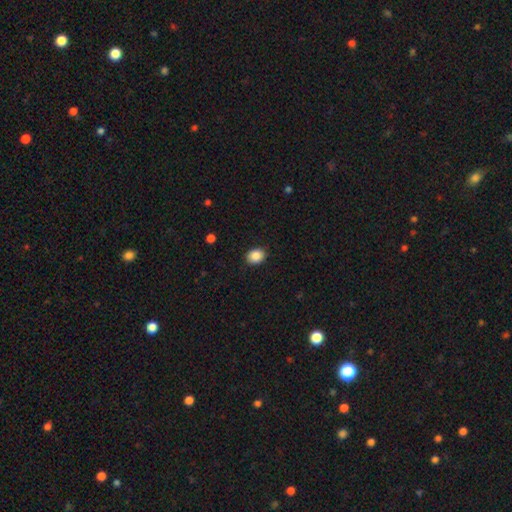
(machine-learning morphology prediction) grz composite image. It shows a smooth galaxy with no disk features (88%) that is in between round and cigar-shaped (54%). Merging: none (89%).